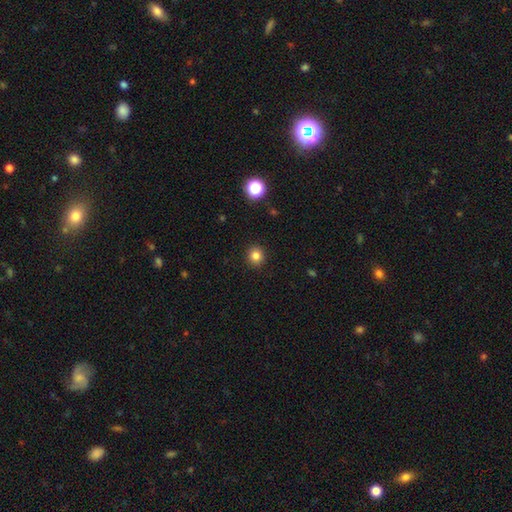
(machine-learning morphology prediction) This is clearly a smooth galaxy (82%). How rounded: clearly round (91%). Merging: clearly none (92%).